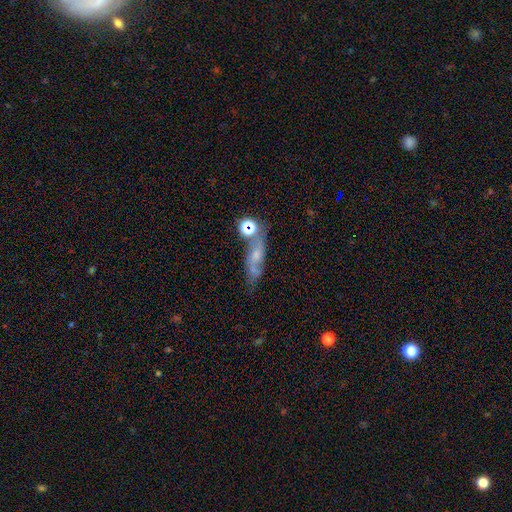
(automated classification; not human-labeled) Smooth or featured: featured or disk — 56% (smooth — 28%)
Edge-on disk: no — 73% (yes — 27%)
Merging: none — 54% (minor disturbance — 20%)